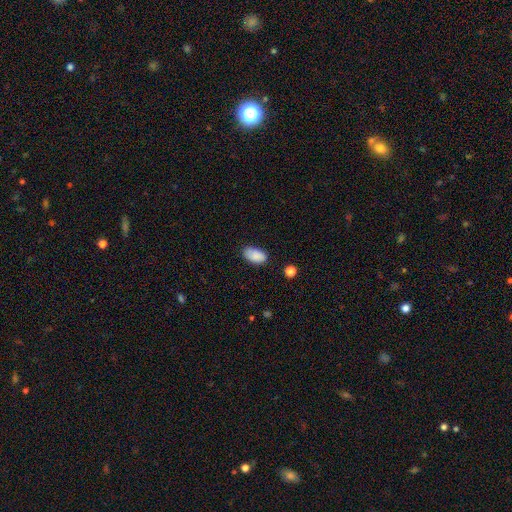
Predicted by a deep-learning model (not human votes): A smooth galaxy with no disk features (88%) that is in between round and cigar-shaped (94%).

Vote fractions:
- Smooth or featured? smooth: 88% / star or artifact: 7% / featured or disk: 5%
- How rounded? in between: 94% / round: 4% / cigar-shaped: 2%
- Merging? none: 76% / minor disturbance: 19% / major disturbance: 4% / merger: 2%